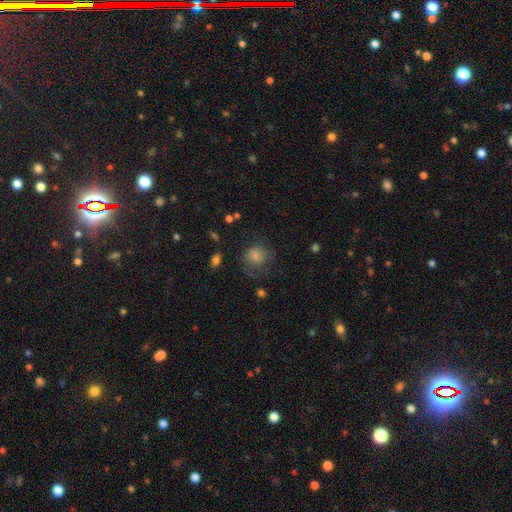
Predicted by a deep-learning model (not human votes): A smooth galaxy with no disk features (67%) that is round (81%).

Vote fractions:
- Smooth or featured? smooth: 67% / featured or disk: 24% / star or artifact: 10%
- How rounded? round: 81% / in between: 18% / cigar-shaped: 1%
- Merging? none: 48% / major disturbance: 28% / minor disturbance: 22% / merger: 2%